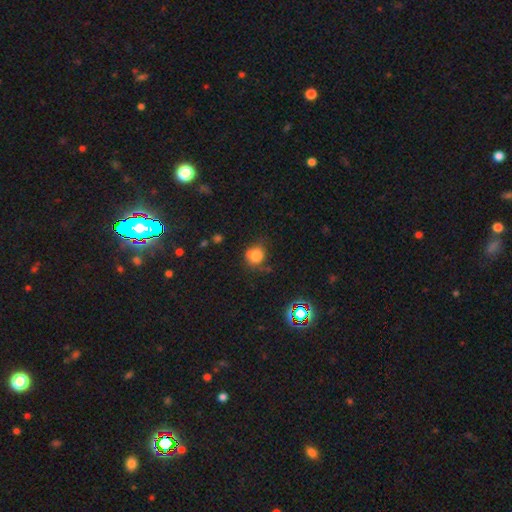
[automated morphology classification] A smooth galaxy with no disk features (79%) that is round (79%).

Vote fractions:
- Smooth or featured? smooth: 79% / star or artifact: 13% / featured or disk: 8%
- How rounded? round: 79% / in between: 20% / cigar-shaped: 1%
- Merging? none: 57% / minor disturbance: 28% / major disturbance: 11% / merger: 4%